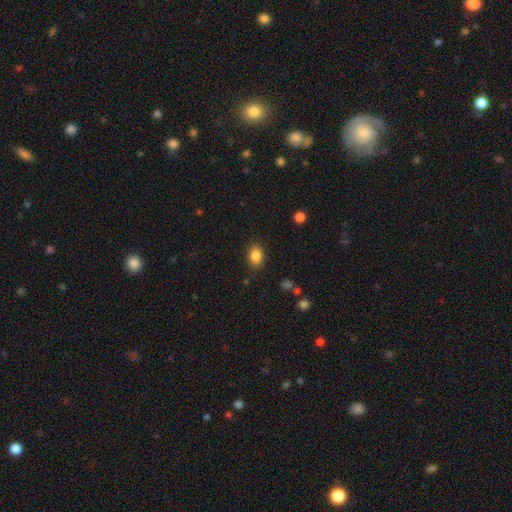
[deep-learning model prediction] Smooth or featured: smooth — 86% (star or artifact — 9%)
How rounded: in between — 74% (round — 25%)
Merging: none — 86% (minor disturbance — 10%)